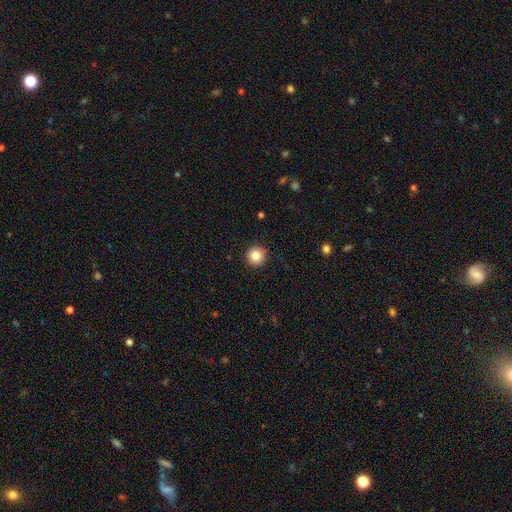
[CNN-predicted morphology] Smooth or featured: smooth — 85% (star or artifact — 10%)
How rounded: round — 95% (in between — 4%)
Merging: none — 92% (minor disturbance — 5%)